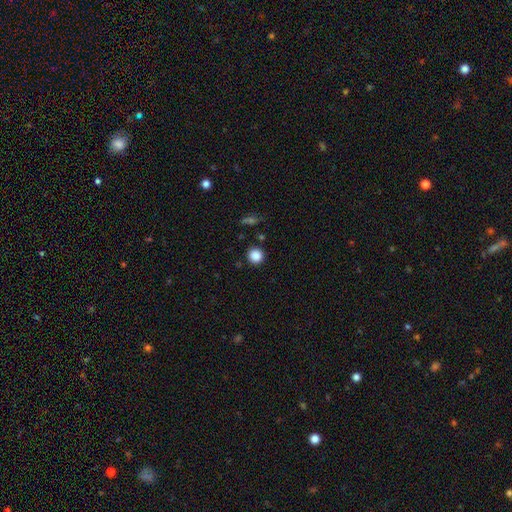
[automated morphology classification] Smooth or featured? Predicted: smooth (p=0.86). How rounded? Predicted: round (p=0.93). Merging? Predicted: none (p=0.89).